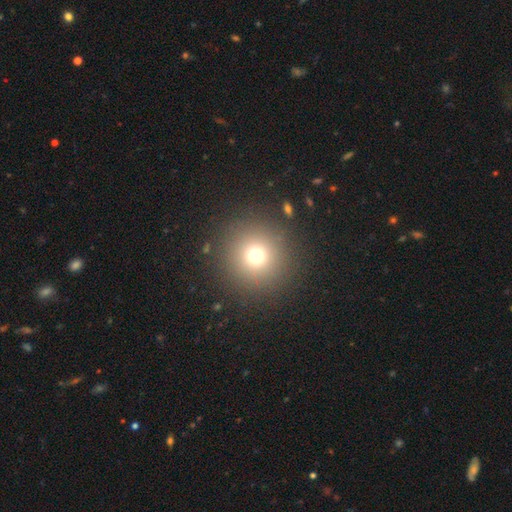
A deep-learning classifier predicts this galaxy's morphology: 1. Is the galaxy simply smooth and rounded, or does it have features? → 71% smooth, 20% star or artifact, 9% featured or disk.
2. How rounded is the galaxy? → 96% round, 3% in between, 1% cigar-shaped.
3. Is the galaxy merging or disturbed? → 89% none, 5% minor disturbance, 4% major disturbance, 2% merger.